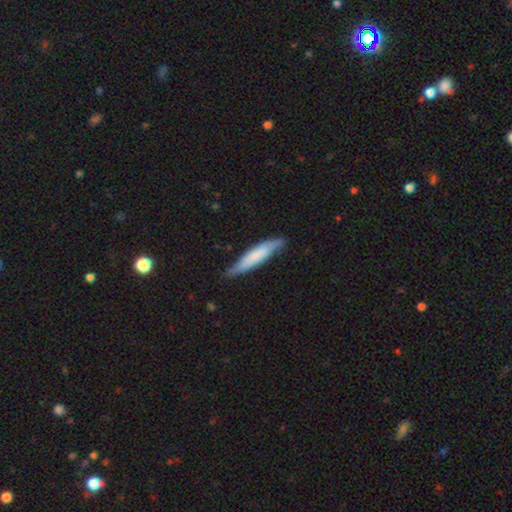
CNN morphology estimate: smooth-or-featured: smooth: 62% | featured or disk: 33% | star or artifact: 5%
  how-rounded: cigar-shaped: 87% | in between: 12% | round: 1%
  merging: none: 73% | minor disturbance: 22% | major disturbance: 3% | merger: 2%